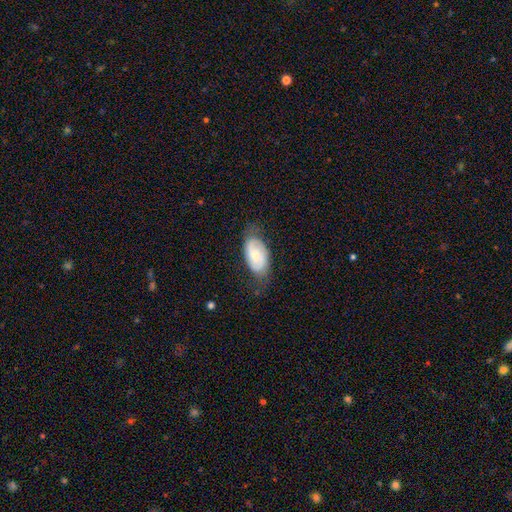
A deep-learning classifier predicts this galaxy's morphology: The model was most divided on "smooth or featured": featured or disk: 50%, smooth: 43%, star or artifact: 6%. More confident: edge-on disk — no (95%); merging — none (65%).